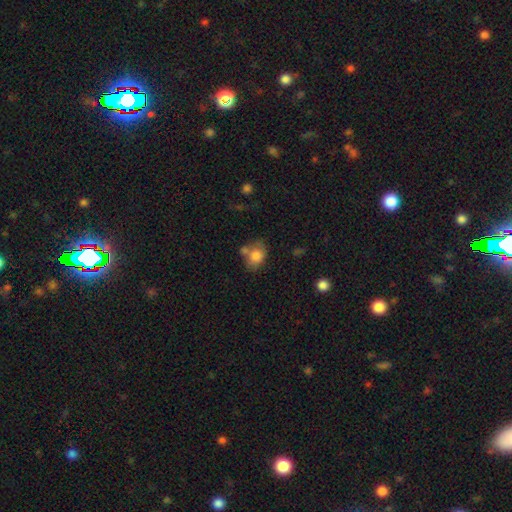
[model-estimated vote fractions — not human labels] Smooth or featured?
  - smooth: 78% *
  - featured or disk: 13%
  - star or artifact: 9%
How rounded?
  - in between: 56% *
  - round: 43%
  - cigar-shaped: 1%
Merging?
  - none: 49% *
  - merger: 23%
  - minor disturbance: 20%
  - major disturbance: 7%